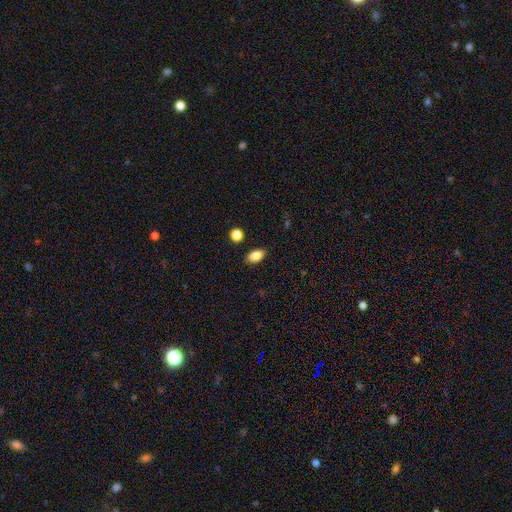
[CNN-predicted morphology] Smooth or featured?
  - smooth: 86% *
  - star or artifact: 8%
  - featured or disk: 5%
How rounded?
  - in between: 88% *
  - round: 9%
  - cigar-shaped: 3%
Merging?
  - none: 85% *
  - minor disturbance: 10%
  - major disturbance: 2%
  - merger: 2%